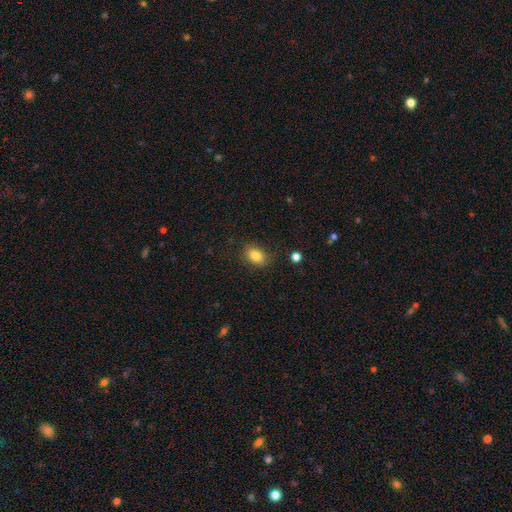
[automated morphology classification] Q: Smooth or featured?
A: smooth (84%); runner-up: star or artifact (9%)
Q: How rounded?
A: in between (78%); runner-up: round (21%)
Q: Merging?
A: none (81%); runner-up: minor disturbance (13%)